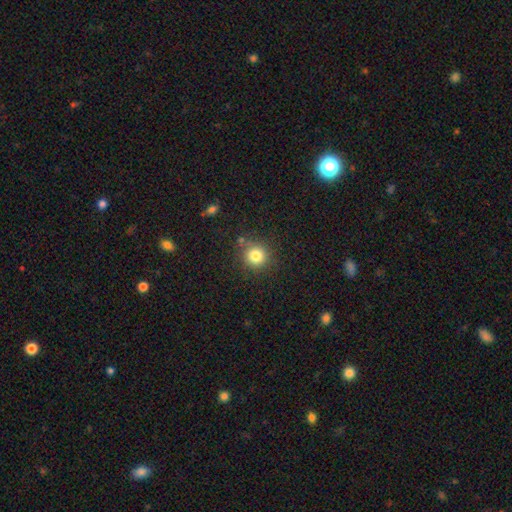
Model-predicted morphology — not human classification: Q: Smooth or featured?
A: smooth (81%); runner-up: star or artifact (12%)
Q: How rounded?
A: round (92%); runner-up: in between (7%)
Q: Merging?
A: none (81%); runner-up: minor disturbance (10%)